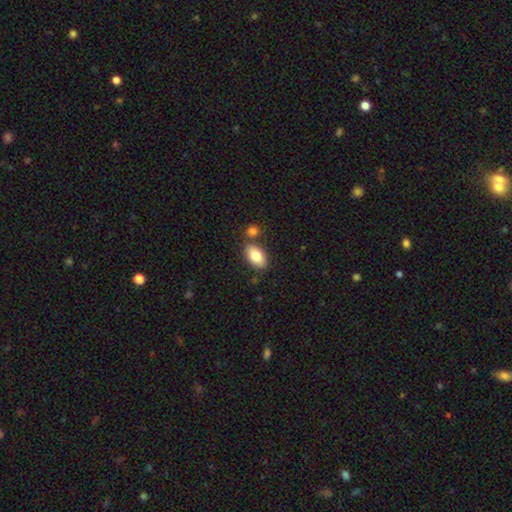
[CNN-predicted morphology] smooth_or_featured: smooth (p=0.82) [alt: featured or disk p=0.11]
how_rounded: in between (p=0.92) [alt: round p=0.06]
merging: none (p=0.72) [alt: merger p=0.14]